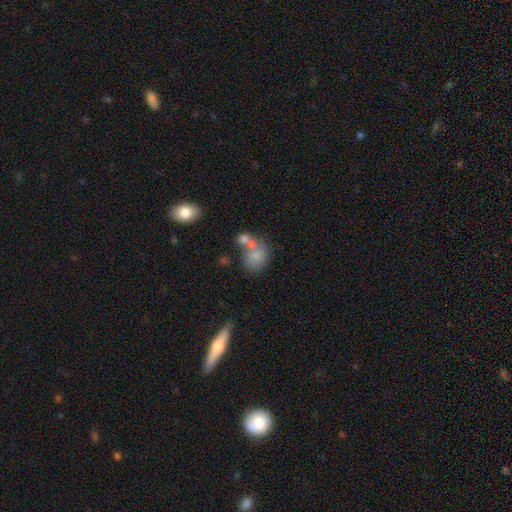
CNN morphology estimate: smooth-or-featured: smooth: 73% | featured or disk: 16% | star or artifact: 10%
  how-rounded: round: 57% | in between: 42% | cigar-shaped: 1%
  merging: merger: 43% | none: 35% | minor disturbance: 13% | major disturbance: 8%